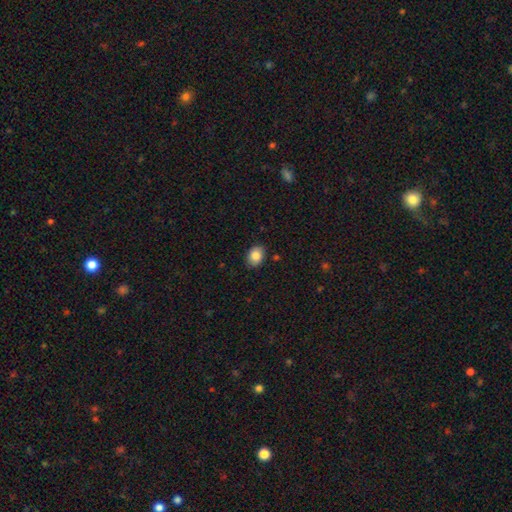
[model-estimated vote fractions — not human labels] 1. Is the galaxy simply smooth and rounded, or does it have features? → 85% smooth, 8% star or artifact, 7% featured or disk.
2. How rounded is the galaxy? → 67% in between, 32% round, 1% cigar-shaped.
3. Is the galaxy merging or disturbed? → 87% none, 10% minor disturbance, 2% major disturbance, 1% merger.